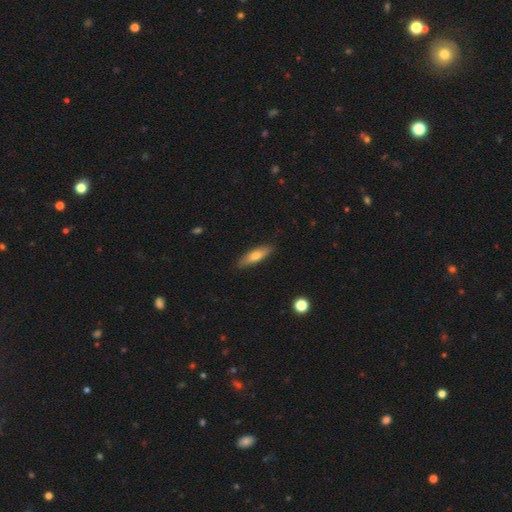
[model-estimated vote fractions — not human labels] Smooth or featured: smooth — 64% (featured or disk — 30%)
How rounded: cigar-shaped — 62% (in between — 36%)
Merging: none — 88% (minor disturbance — 9%)